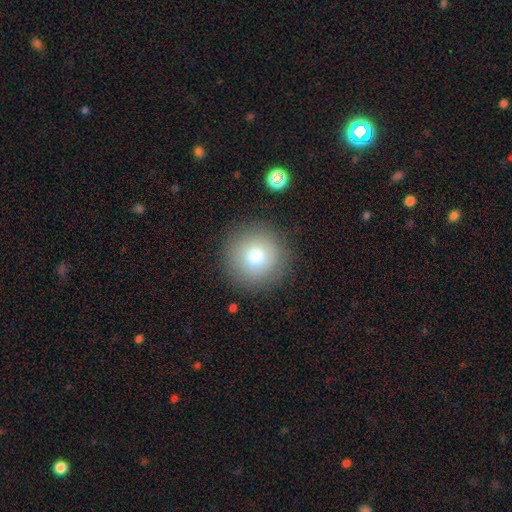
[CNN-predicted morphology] A smooth galaxy with no disk features (74%) that is round (96%). Merging: none (88%).